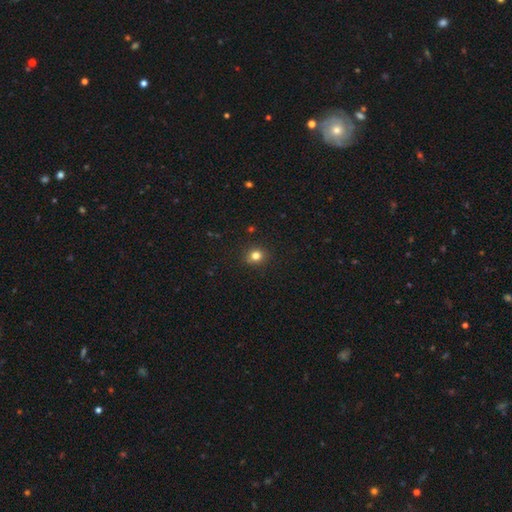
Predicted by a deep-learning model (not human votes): smooth-or-featured: smooth: 81% | star or artifact: 13% | featured or disk: 6%
  how-rounded: round: 76% | in between: 23% | cigar-shaped: 1%
  merging: none: 89% | minor disturbance: 7% | major disturbance: 2% | merger: 1%